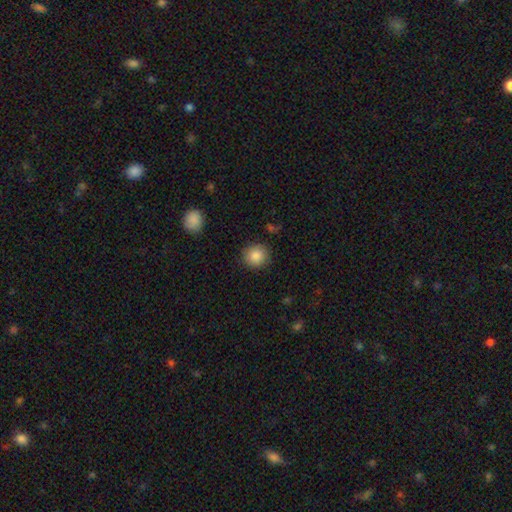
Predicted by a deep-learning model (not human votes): A smooth galaxy with no disk features (87%) that is round (91%). Merging: none (89%).